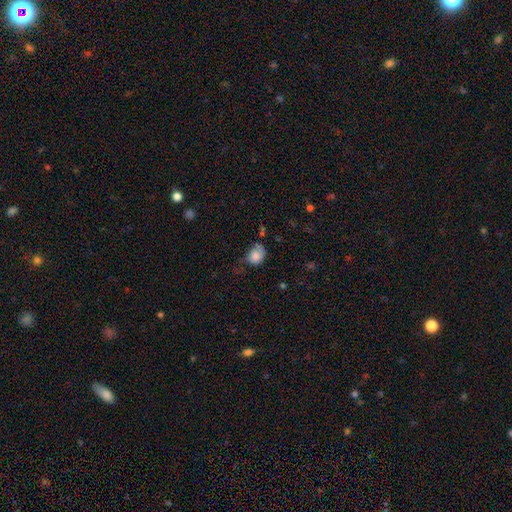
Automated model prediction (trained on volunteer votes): A smooth galaxy with no disk features (79%) that is in between round and cigar-shaped (52%).

Vote fractions:
- Smooth or featured? smooth: 79% / featured or disk: 12% / star or artifact: 9%
- How rounded? in between: 52% / round: 47% / cigar-shaped: 1%
- Merging? minor disturbance: 37% / none: 32% / major disturbance: 26% / merger: 5%